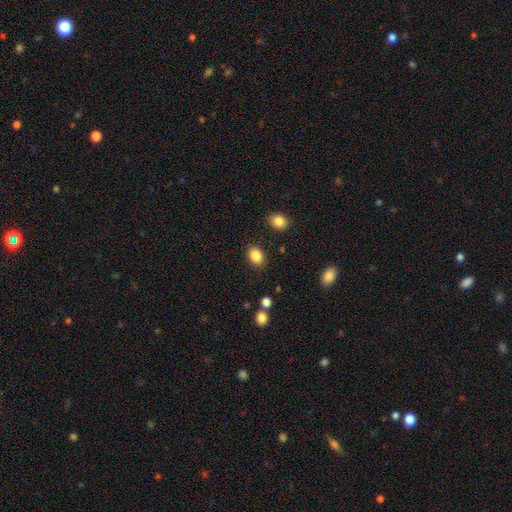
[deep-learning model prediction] A smooth galaxy with no disk features (86%) that is in between round and cigar-shaped (58%).

Vote fractions:
- Smooth or featured? smooth: 86% / star or artifact: 9% / featured or disk: 5%
- How rounded? in between: 58% / round: 41% / cigar-shaped: 1%
- Merging? none: 85% / minor disturbance: 10% / major disturbance: 3% / merger: 2%